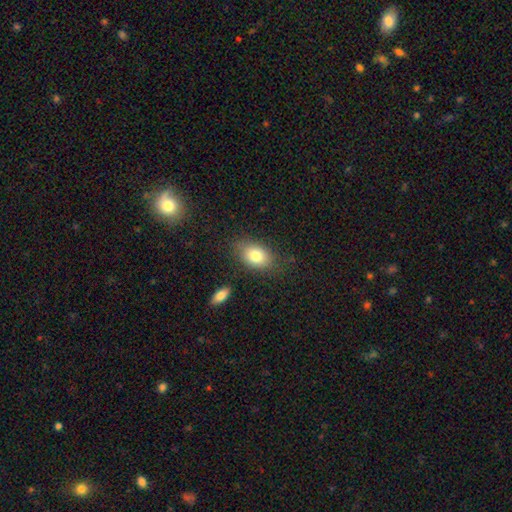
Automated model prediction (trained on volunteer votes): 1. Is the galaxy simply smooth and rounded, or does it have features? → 80% smooth, 11% featured or disk, 8% star or artifact.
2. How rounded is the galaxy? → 81% in between, 17% round, 2% cigar-shaped.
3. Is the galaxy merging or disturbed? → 79% none, 14% minor disturbance, 4% major disturbance, 3% merger.